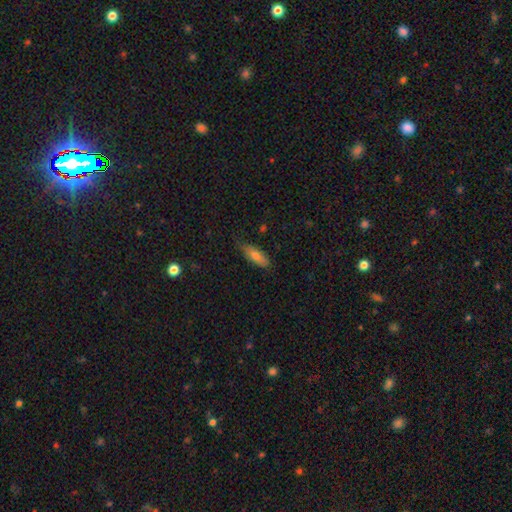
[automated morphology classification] Q: Smooth or featured?
A: smooth (70%); runner-up: featured or disk (21%)
Q: How rounded?
A: in between (57%); runner-up: cigar-shaped (41%)
Q: Merging?
A: none (75%); runner-up: minor disturbance (20%)